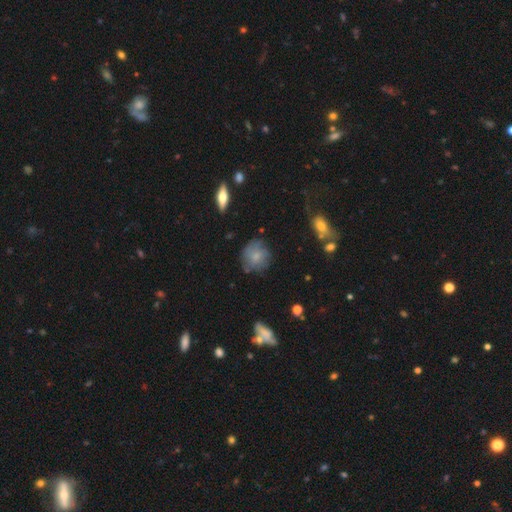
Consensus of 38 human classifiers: A smooth galaxy with no disk features (61%) that is round (78%).

Vote fractions:
- Smooth or featured? smooth: 61% / featured or disk: 32% / star or artifact: 8%
- How rounded? round: 78% / in between: 22% / cigar-shaped: 0%
- Merging? none: 57% / minor disturbance: 26% / major disturbance: 17% / merger: 0%